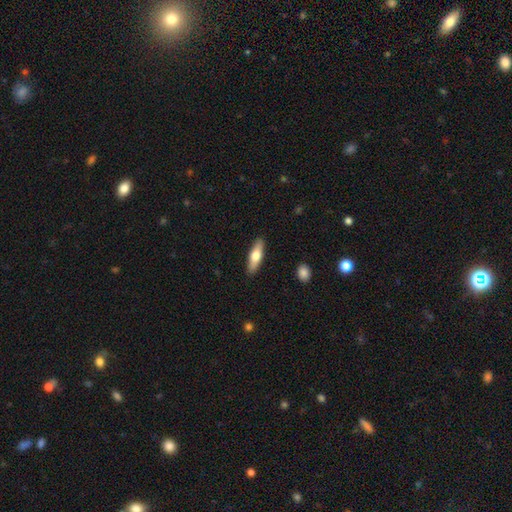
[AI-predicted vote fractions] Smooth or featured? Predicted: smooth (p=0.60). How rounded? Predicted: cigar-shaped (p=0.57). Merging? Predicted: none (p=0.89).